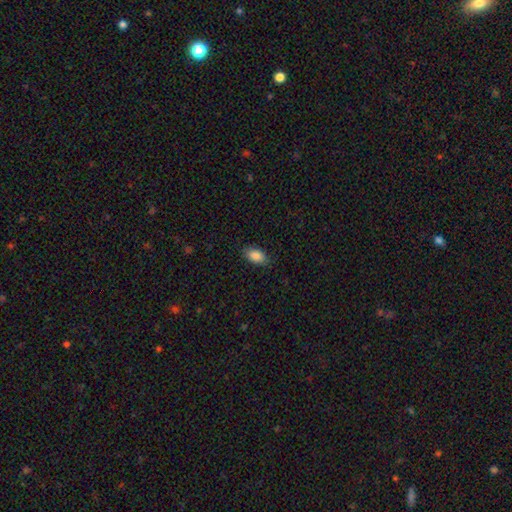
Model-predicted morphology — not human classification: Q: Smooth or featured?
A: smooth (87%); runner-up: star or artifact (7%)
Q: How rounded?
A: in between (91%); runner-up: round (5%)
Q: Merging?
A: none (86%); runner-up: minor disturbance (11%)